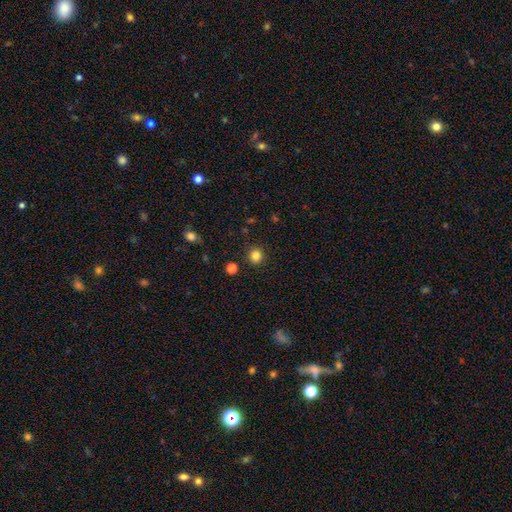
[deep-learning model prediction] This appears to be a smooth galaxy with no disk features (83%) that is round (88%). Merging: none (89%).